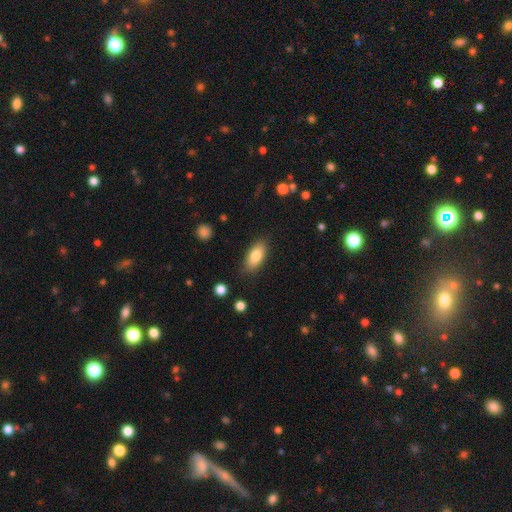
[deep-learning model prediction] Overall: smooth (81%). How rounded: in between (86%). Merging: none (84%).